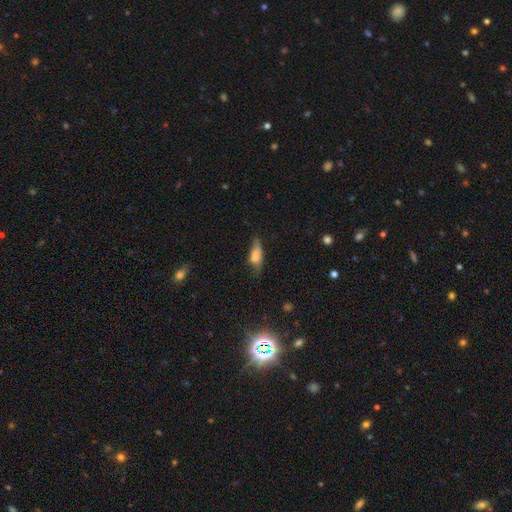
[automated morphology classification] Smooth or featured: smooth — 67% (featured or disk — 24%)
How rounded: in between — 61% (cigar-shaped — 35%)
Merging: none — 53% (minor disturbance — 31%)